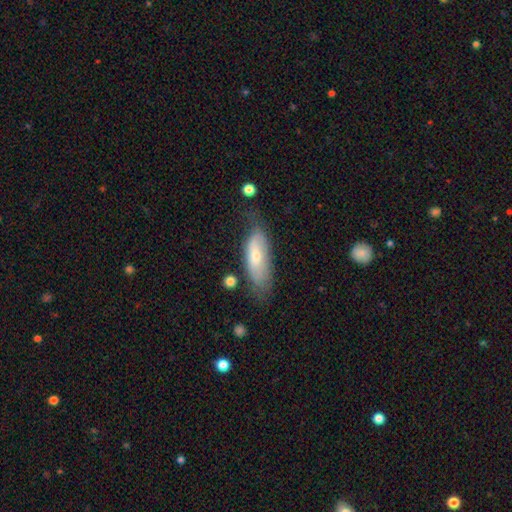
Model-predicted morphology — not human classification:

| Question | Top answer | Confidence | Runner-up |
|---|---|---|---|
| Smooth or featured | smooth | 62% | featured or disk (32%) |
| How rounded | in between | 69% | cigar-shaped (29%) |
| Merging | none | 54% | minor disturbance (31%) |